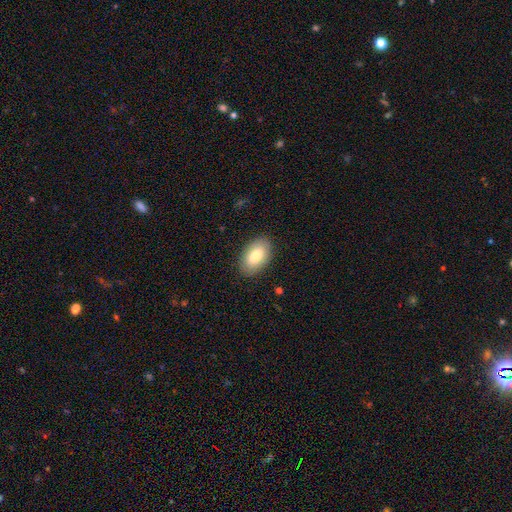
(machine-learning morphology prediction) A smooth galaxy with no disk features (80%) that is in between round and cigar-shaped (93%).

Vote fractions:
- Smooth or featured? smooth: 80% / featured or disk: 14% / star or artifact: 6%
- How rounded? in between: 93% / round: 5% / cigar-shaped: 2%
- Merging? none: 88% / minor disturbance: 9% / major disturbance: 2% / merger: 1%